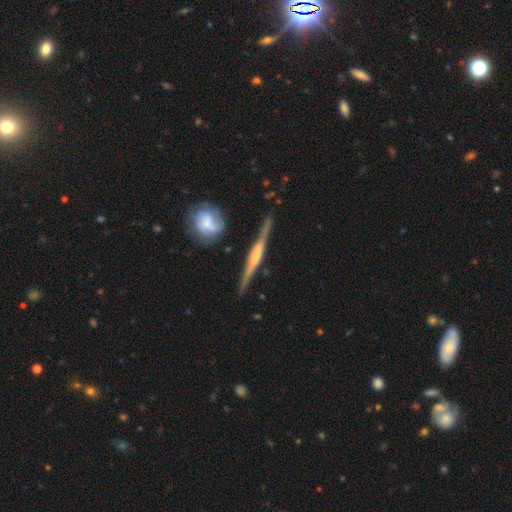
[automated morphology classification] This is likely a featured or disk galaxy (78%). It is clearly viewed edge-on (95%). Edge-on bulge: marginally boxy (42%). Merging: likely none (78%).